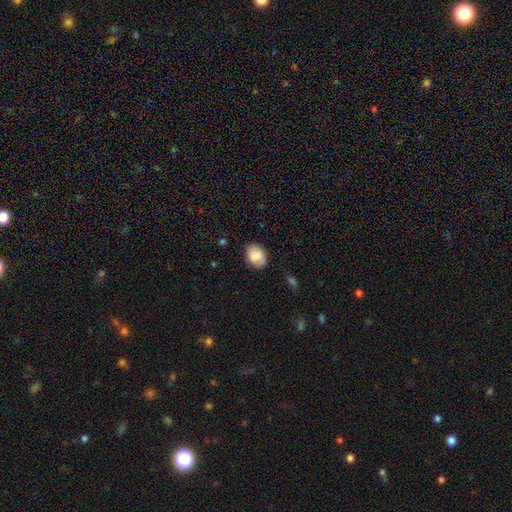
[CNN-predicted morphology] Smooth or featured? Predicted: smooth (p=0.80). How rounded? Predicted: in between (p=0.74). Merging? Predicted: none (p=0.83).